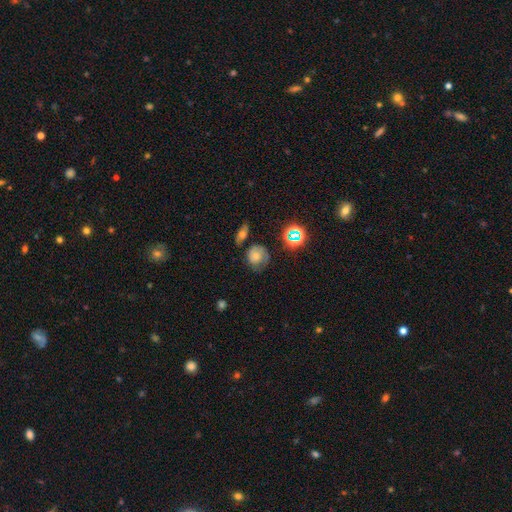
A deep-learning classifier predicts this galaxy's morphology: This appears to be a smooth galaxy with no disk features (52%) that is round (75%). Merging: none (52%).